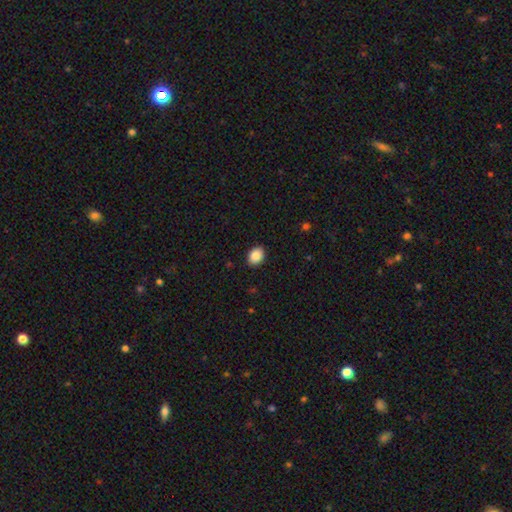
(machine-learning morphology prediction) Smooth or featured? smooth (88%)
How rounded? in between (66%)
Merging? none (90%)